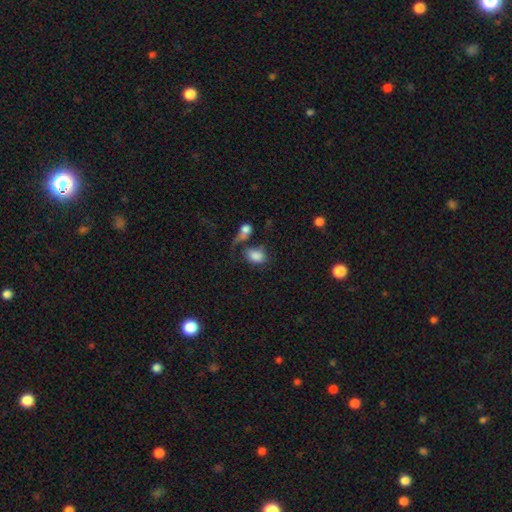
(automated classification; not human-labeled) A smooth galaxy with no disk features (80%) that is in between round and cigar-shaped (77%).

Vote fractions:
- Smooth or featured? smooth: 80% / featured or disk: 10% / star or artifact: 9%
- How rounded? in between: 77% / round: 21% / cigar-shaped: 2%
- Merging? none: 36% / merger: 29% / major disturbance: 19% / minor disturbance: 17%